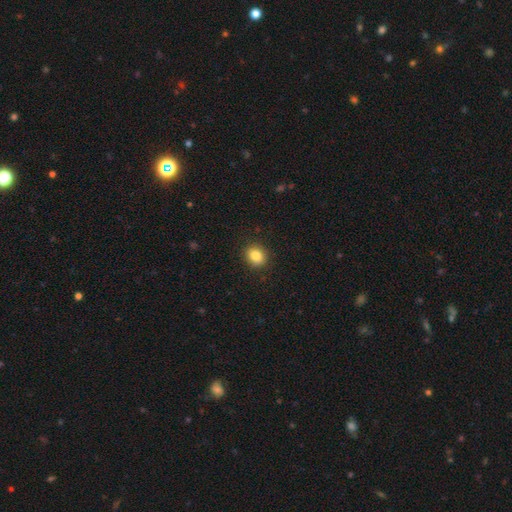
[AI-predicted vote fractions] This appears to be a smooth galaxy with no disk features (85%) that is round (68%). Merging: none (90%).